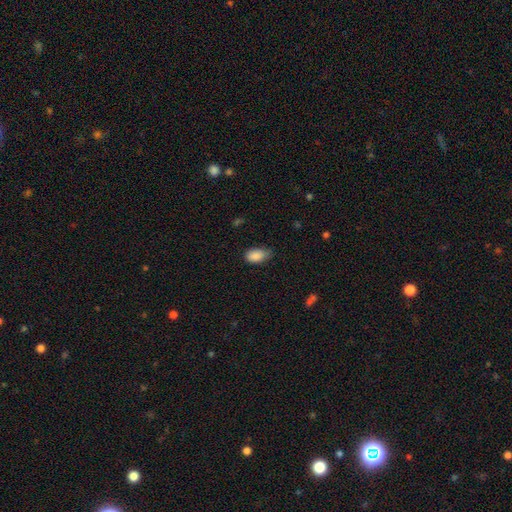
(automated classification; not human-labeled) This is clearly a smooth galaxy (88%). How rounded: clearly in between (91%). Merging: possibly none (59%).